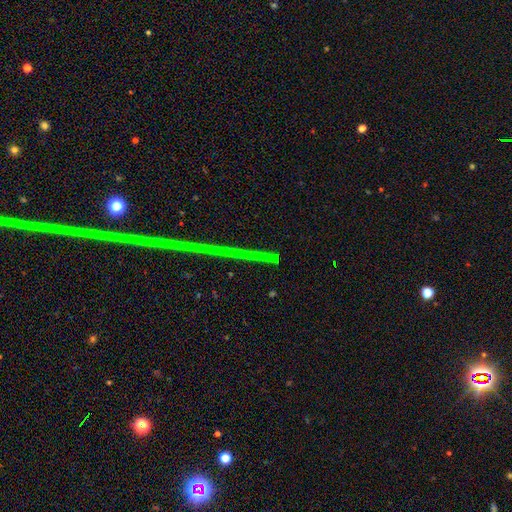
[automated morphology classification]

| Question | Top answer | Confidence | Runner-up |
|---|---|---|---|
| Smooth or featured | star or artifact | 81% | featured or disk (12%) |